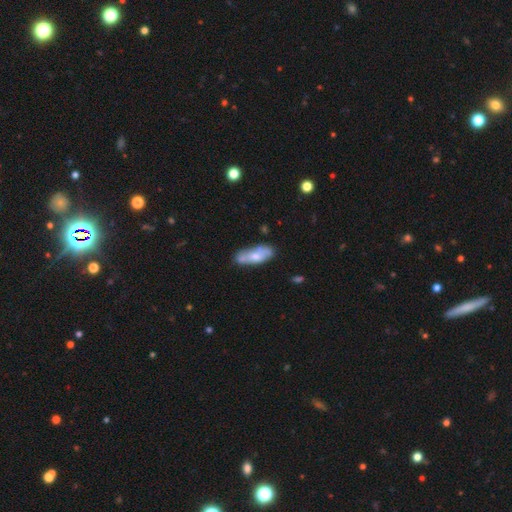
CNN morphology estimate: A smooth galaxy with no disk features (58%) that is in between round and cigar-shaped (68%).

Vote fractions:
- Smooth or featured? smooth: 58% / featured or disk: 35% / star or artifact: 6%
- How rounded? in between: 68% / cigar-shaped: 29% / round: 2%
- Merging? none: 56% / minor disturbance: 26% / merger: 10% / major disturbance: 8%